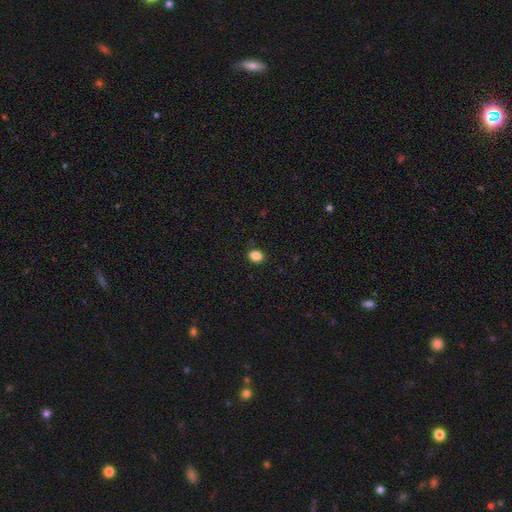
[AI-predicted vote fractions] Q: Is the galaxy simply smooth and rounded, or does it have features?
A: smooth — 85%.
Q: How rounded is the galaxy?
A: in between — 52%.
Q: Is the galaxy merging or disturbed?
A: none — 89%.